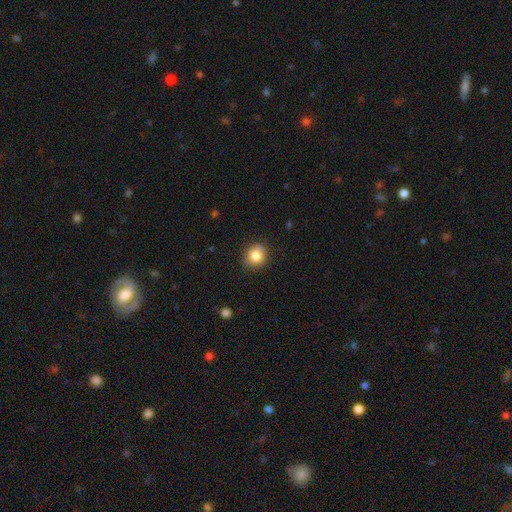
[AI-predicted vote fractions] Q: Smooth or featured?
A: smooth (82%); runner-up: star or artifact (10%)
Q: How rounded?
A: round (79%); runner-up: in between (21%)
Q: Merging?
A: none (84%); runner-up: minor disturbance (12%)